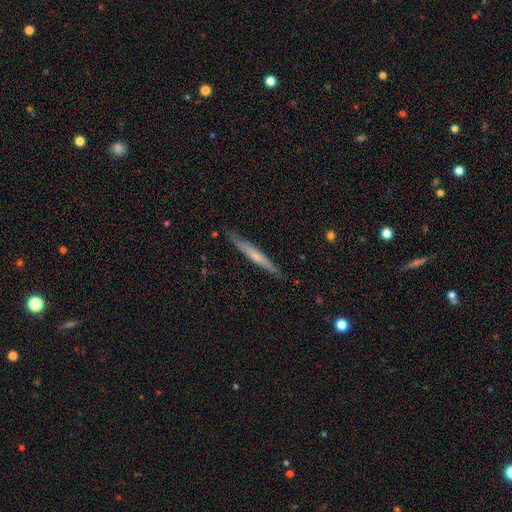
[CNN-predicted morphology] This is possibly a featured or disk galaxy (49%). Merging: clearly none (86%).